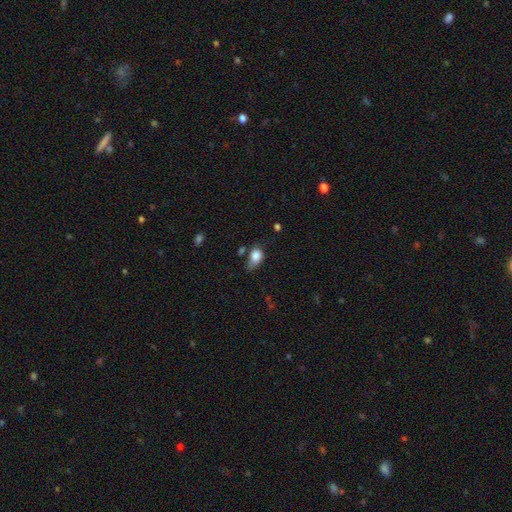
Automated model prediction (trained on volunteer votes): smooth-or-featured: smooth: 82% | featured or disk: 9% | star or artifact: 9%
  how-rounded: in between: 76% | round: 22% | cigar-shaped: 2%
  merging: minor disturbance: 39% | none: 33% | major disturbance: 19% | merger: 9%